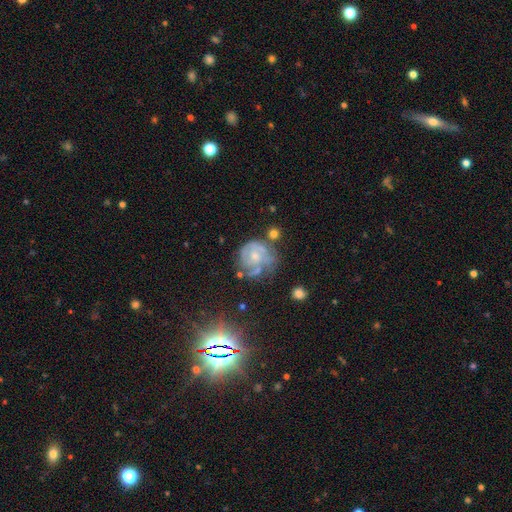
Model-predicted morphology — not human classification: Smooth or featured? featured or disk (67%)
Edge-on disk? no (98%)
Bar? no (78%)
Spiral arms? yes (71%)
Bulge size? small (47%)
Merging? none (43%)